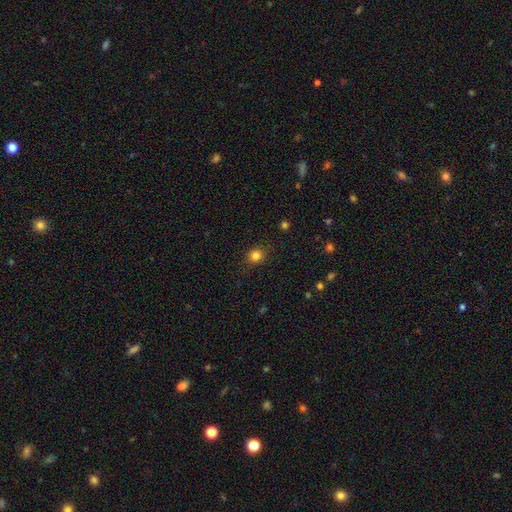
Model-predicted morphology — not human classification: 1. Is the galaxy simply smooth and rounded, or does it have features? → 83% smooth, 12% star or artifact, 5% featured or disk.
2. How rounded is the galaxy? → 80% round, 19% in between, 1% cigar-shaped.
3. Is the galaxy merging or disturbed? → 88% none, 8% minor disturbance, 2% major disturbance, 1% merger.